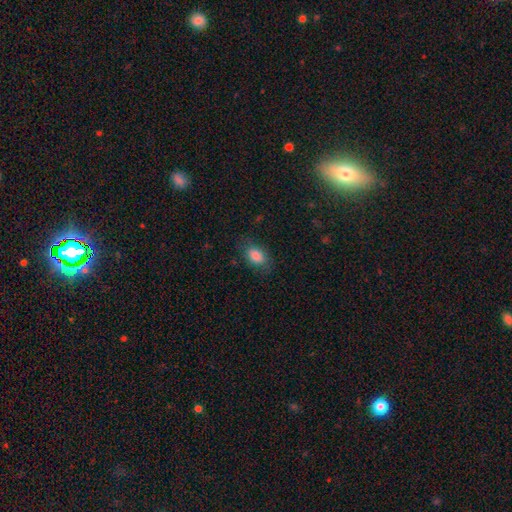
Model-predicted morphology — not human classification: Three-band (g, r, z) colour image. It shows a smooth galaxy with no disk features (84%) that is in between round and cigar-shaped (85%). Merging: none (76%).